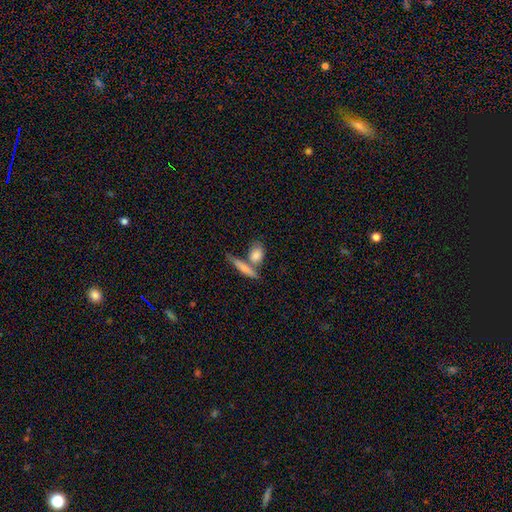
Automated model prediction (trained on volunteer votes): smooth_or_featured: smooth (p=0.79) [alt: featured or disk p=0.14]
how_rounded: in between (p=0.53) [alt: round p=0.24]
merging: none (p=0.49) [alt: merger p=0.34]